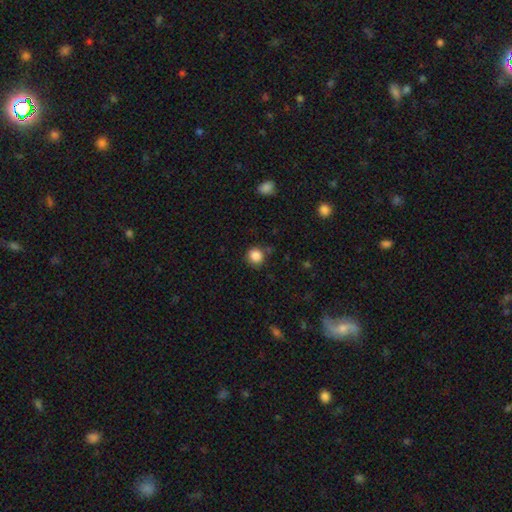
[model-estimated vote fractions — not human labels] Smooth or featured? smooth (86%)
How rounded? round (90%)
Merging? none (79%)